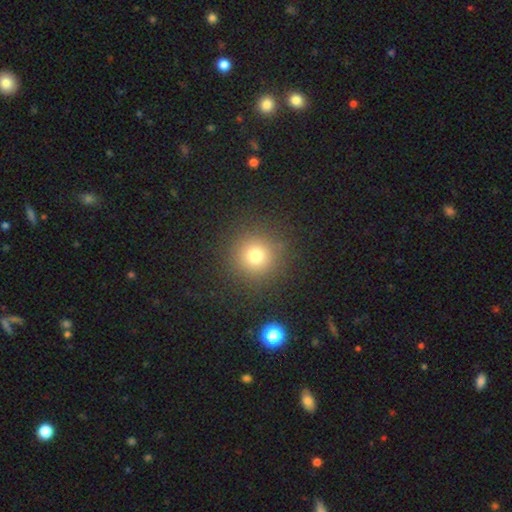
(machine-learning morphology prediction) This appears to be a smooth galaxy with no disk features (73%) that is round (94%). Merging: none (88%).